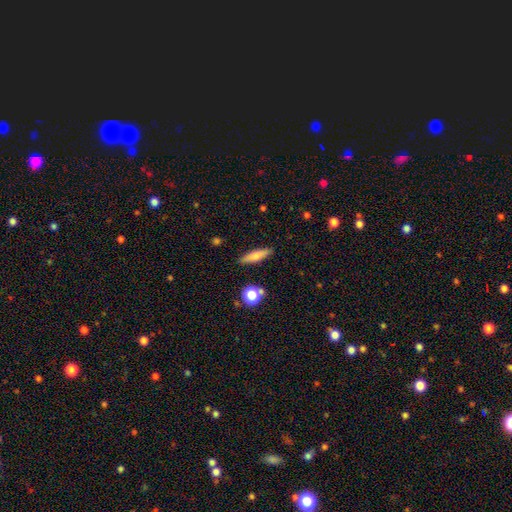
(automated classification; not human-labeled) smooth-or-featured: smooth: 73% | featured or disk: 19% | star or artifact: 8%
  how-rounded: cigar-shaped: 71% | in between: 26% | round: 3%
  merging: none: 86% | minor disturbance: 9% | merger: 3% | major disturbance: 2%